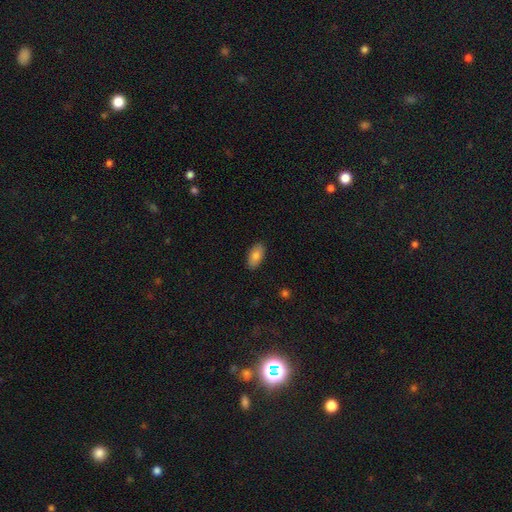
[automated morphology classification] Overall: smooth (79%). How rounded: in between (94%). Merging: none (88%).